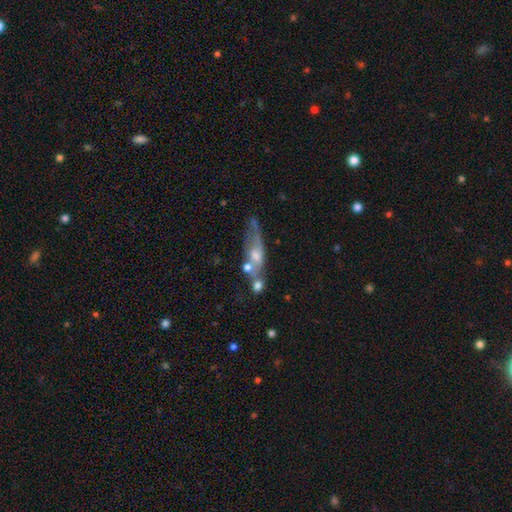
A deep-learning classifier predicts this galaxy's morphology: Q: Smooth or featured?
A: featured or disk (60%); runner-up: smooth (28%)
Q: Edge-on disk?
A: no (58%); runner-up: yes (42%)
Q: Merging?
A: none (40%); runner-up: merger (24%)